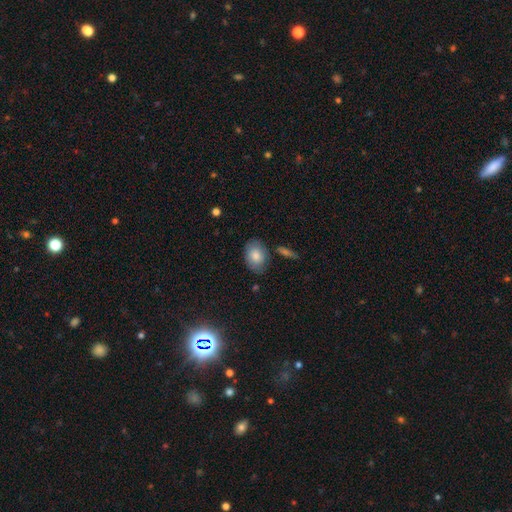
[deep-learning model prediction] smooth_or_featured: smooth (p=0.79) [alt: featured or disk p=0.15]
how_rounded: in between (p=0.78) [alt: round p=0.20]
merging: none (p=0.75) [alt: minor disturbance p=0.17]